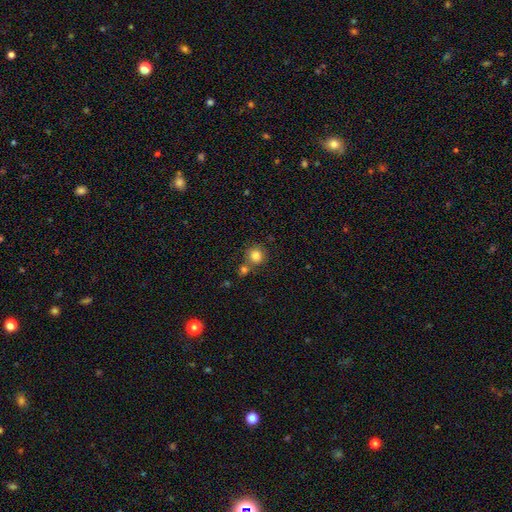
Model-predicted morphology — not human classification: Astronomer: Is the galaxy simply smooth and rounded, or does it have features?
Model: smooth — 82%.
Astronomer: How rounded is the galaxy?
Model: round — 90%.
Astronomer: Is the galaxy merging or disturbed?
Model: none — 66%.